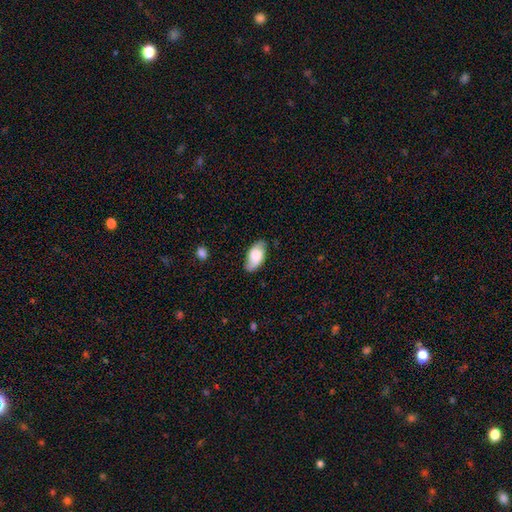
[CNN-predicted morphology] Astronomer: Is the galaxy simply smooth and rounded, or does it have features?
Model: smooth — 66%.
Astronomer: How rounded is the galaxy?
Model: in between — 93%.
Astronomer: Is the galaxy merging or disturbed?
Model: none — 78%.